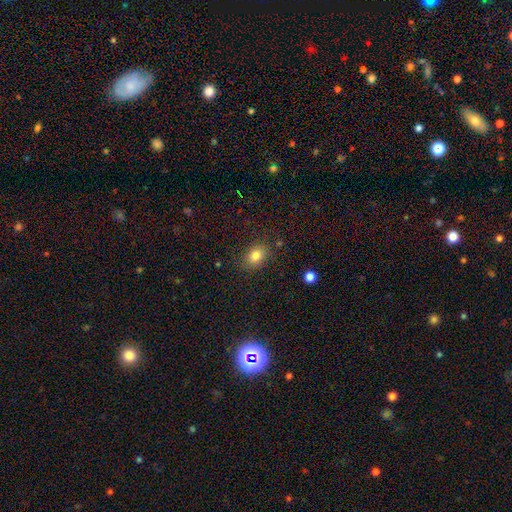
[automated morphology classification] A smooth galaxy with no disk features (82%) that is in between round and cigar-shaped (64%).

Vote fractions:
- Smooth or featured? smooth: 82% / star or artifact: 11% / featured or disk: 8%
- How rounded? in between: 64% / round: 35% / cigar-shaped: 1%
- Merging? none: 81% / minor disturbance: 13% / major disturbance: 4% / merger: 2%